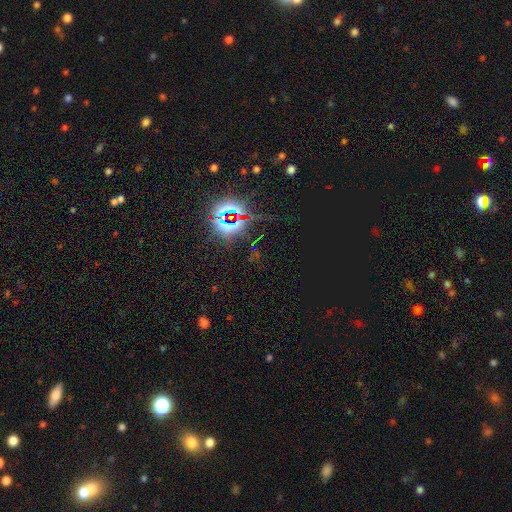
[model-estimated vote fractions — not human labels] Smooth or featured: star or artifact — 81% (smooth — 12%)